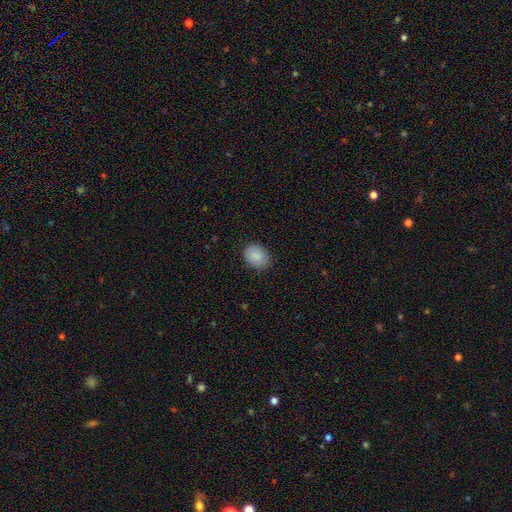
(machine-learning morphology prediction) Q: Smooth or featured?
A: smooth (88%); runner-up: star or artifact (7%)
Q: How rounded?
A: in between (56%); runner-up: round (44%)
Q: Merging?
A: none (84%); runner-up: minor disturbance (13%)